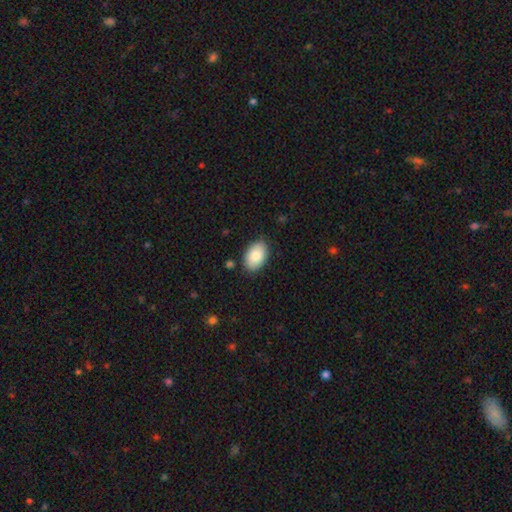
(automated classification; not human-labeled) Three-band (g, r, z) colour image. It shows a smooth galaxy with no disk features (83%) that is in between round and cigar-shaped (91%). Merging: none (86%).